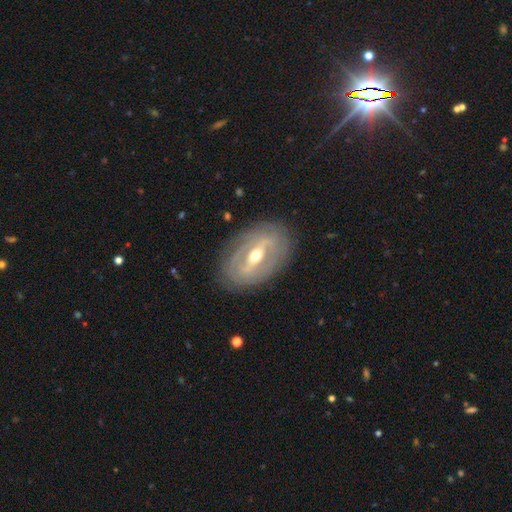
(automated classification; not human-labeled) Q: Smooth or featured?
A: featured or disk (82%); runner-up: smooth (13%)
Q: Edge-on disk?
A: no (91%); runner-up: yes (9%)
Q: Bar?
A: strong (61%); runner-up: weak (27%)
Q: Spiral arms?
A: yes (62%); runner-up: no (38%)
Q: Bulge size?
A: moderate (69%); runner-up: small (25%)
Q: Merging?
A: none (81%); runner-up: minor disturbance (13%)